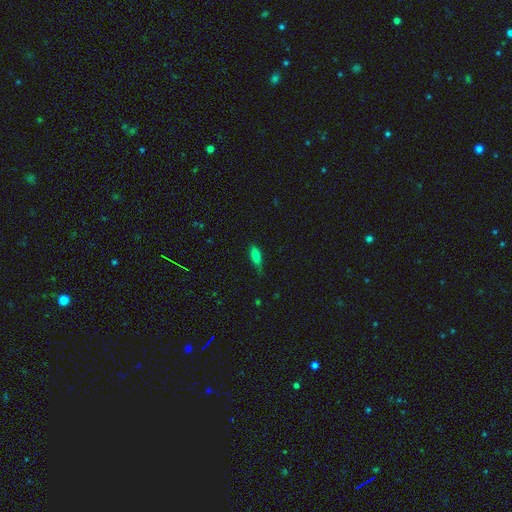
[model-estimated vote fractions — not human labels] smooth 72%, featured or disk 18%, star or artifact 10%. Down the decision tree: how rounded — in between (52%); merging — none (62%).